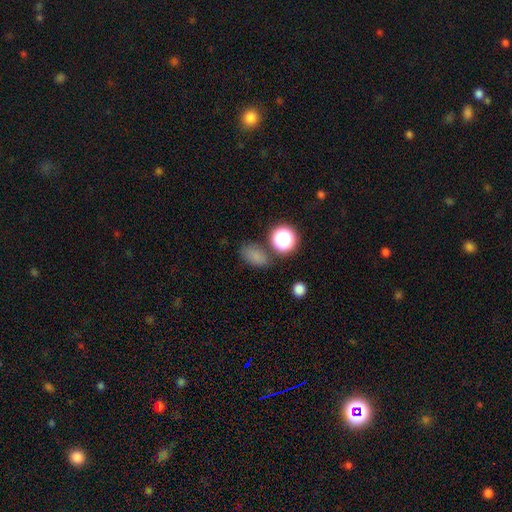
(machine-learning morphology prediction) The model was most divided on "how rounded": in between: 76%, round: 22%, cigar-shaped: 2%. More confident: smooth or featured — smooth (75%); merging — none (72%).